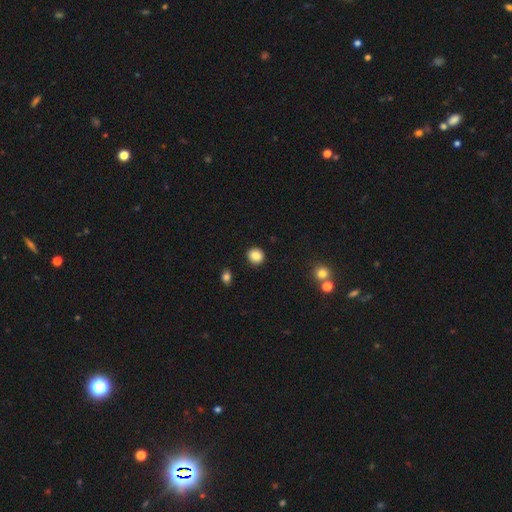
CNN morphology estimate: Smooth or featured? smooth (87%)
How rounded? round (88%)
Merging? none (90%)